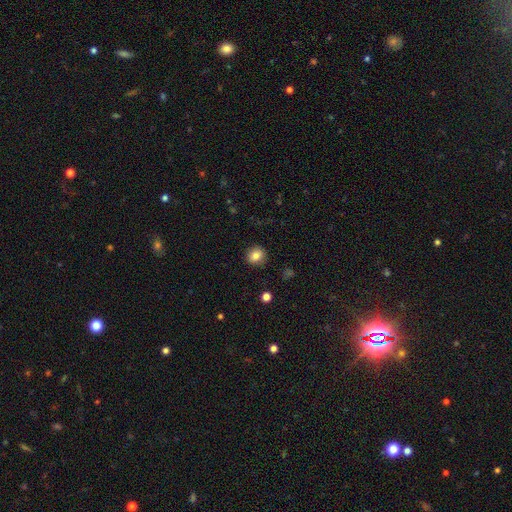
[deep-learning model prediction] Smooth or featured: smooth — 81% (star or artifact — 10%)
How rounded: round — 79% (in between — 20%)
Merging: none — 88% (minor disturbance — 8%)